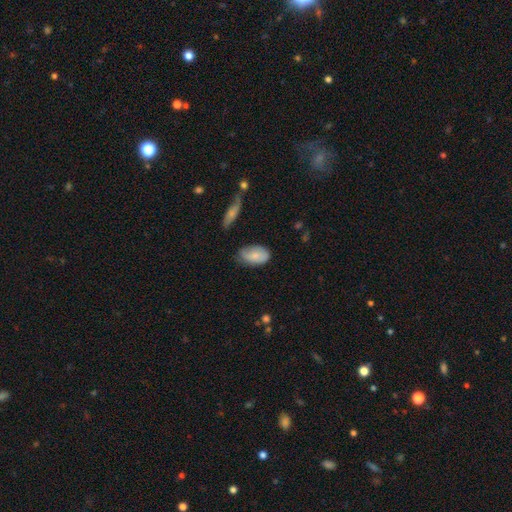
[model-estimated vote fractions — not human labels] Overall: smooth (77%). How rounded: in between (93%). Merging: none (59%; minor disturbance 31%).